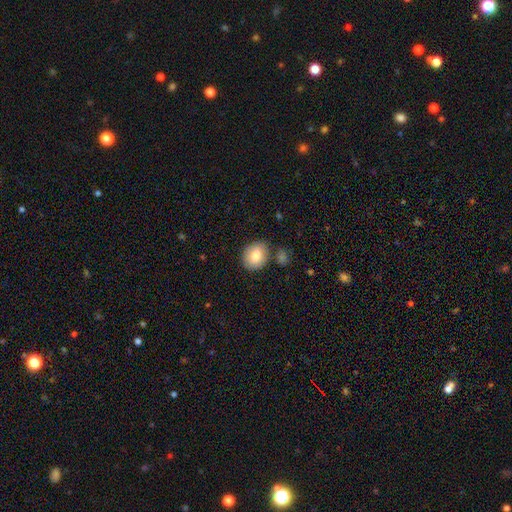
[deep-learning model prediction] A smooth galaxy with no disk features (81%) that is in between round and cigar-shaped (52%).

Vote fractions:
- Smooth or featured? smooth: 81% / featured or disk: 12% / star or artifact: 7%
- How rounded? in between: 52% / round: 47% / cigar-shaped: 1%
- Merging? none: 74% / minor disturbance: 14% / merger: 9% / major disturbance: 3%